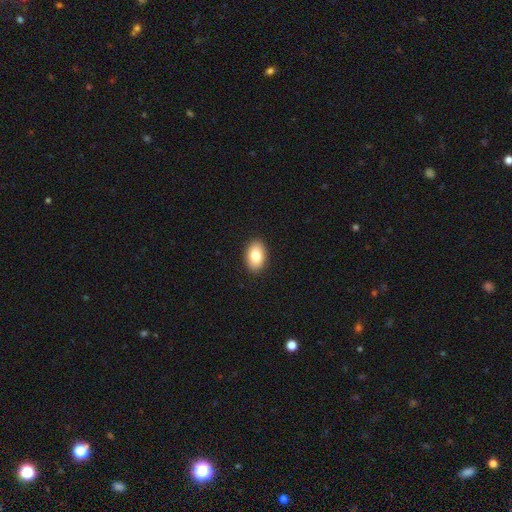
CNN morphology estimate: smooth-or-featured: smooth: 81% | featured or disk: 12% | star or artifact: 7%
  how-rounded: in between: 90% | round: 9% | cigar-shaped: 1%
  merging: none: 90% | minor disturbance: 7% | major disturbance: 2% | merger: 1%